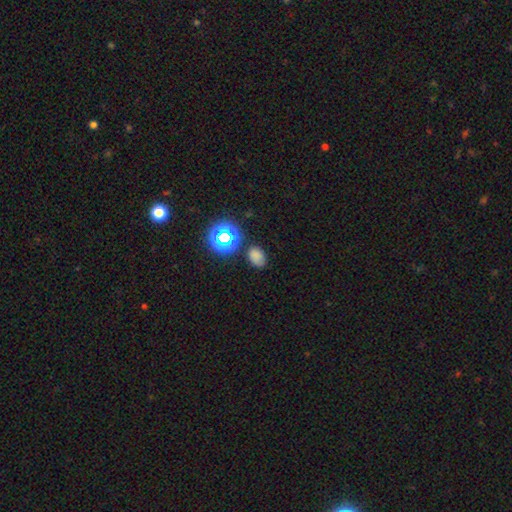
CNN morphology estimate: This is likely a smooth galaxy (71%). How rounded: likely in between (76%). Merging: likely none (76%).